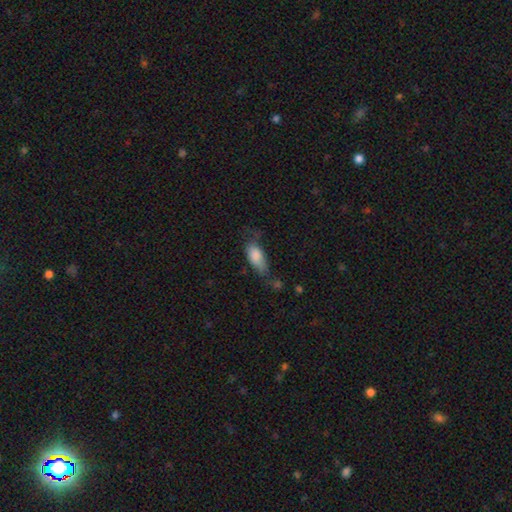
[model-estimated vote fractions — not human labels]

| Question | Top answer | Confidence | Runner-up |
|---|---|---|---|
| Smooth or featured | smooth | 82% | featured or disk (11%) |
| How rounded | in between | 84% | cigar-shaped (12%) |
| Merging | minor disturbance | 38% | none (36%) |